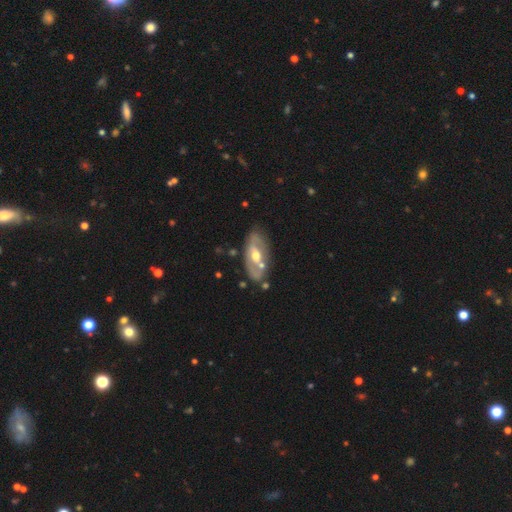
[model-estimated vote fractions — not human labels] Smooth or featured? featured or disk (72%)
Edge-on disk? no (87%)
Bar? no (46%)
Spiral arms? no (54%)
Bulge size? moderate (75%)
Merging? none (74%)